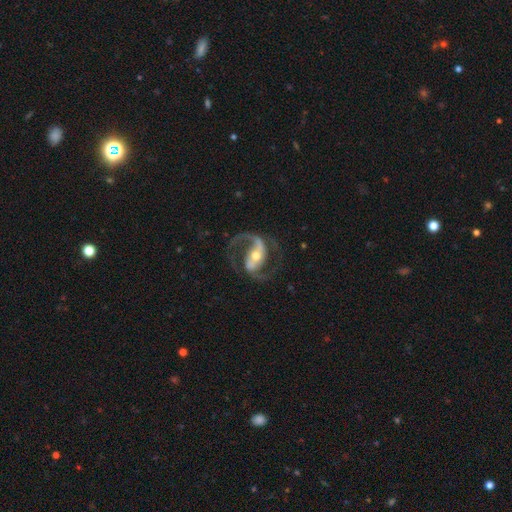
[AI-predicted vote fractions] Smooth or featured? featured or disk (91%)
Edge-on disk? no (97%)
Bar? strong (47%)
Spiral arms? yes (97%)
Spiral winding? medium (58%)
Spiral arm count? 2 (91%)
Bulge size? moderate (62%)
Merging? none (74%)